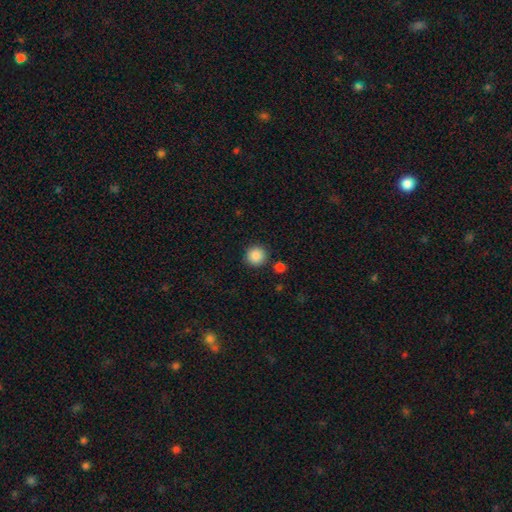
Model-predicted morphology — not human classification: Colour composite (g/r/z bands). It shows a smooth galaxy with no disk features (88%) that is round (94%). Merging: none (89%).